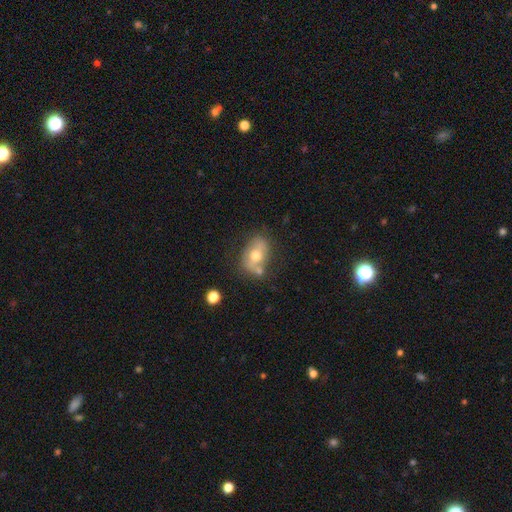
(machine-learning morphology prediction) type=smooth (48%); merging=none (60%).